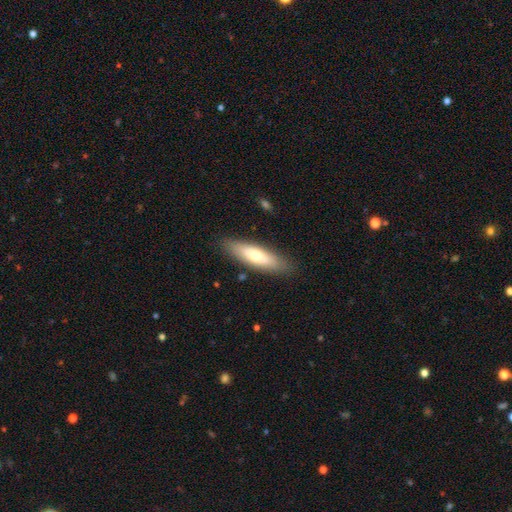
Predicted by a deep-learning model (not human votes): smooth-or-featured: smooth: 61% | featured or disk: 33% | star or artifact: 6%
  how-rounded: cigar-shaped: 55% | in between: 43% | round: 2%
  merging: none: 87% | minor disturbance: 10% | major disturbance: 2% | merger: 1%